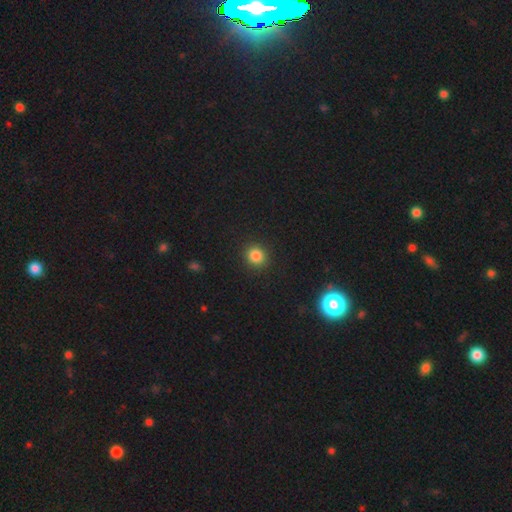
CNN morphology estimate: smooth_or_featured: smooth (p=0.84) [alt: star or artifact p=0.12]
how_rounded: round (p=0.86) [alt: in between p=0.13]
merging: none (p=0.91) [alt: minor disturbance p=0.06]